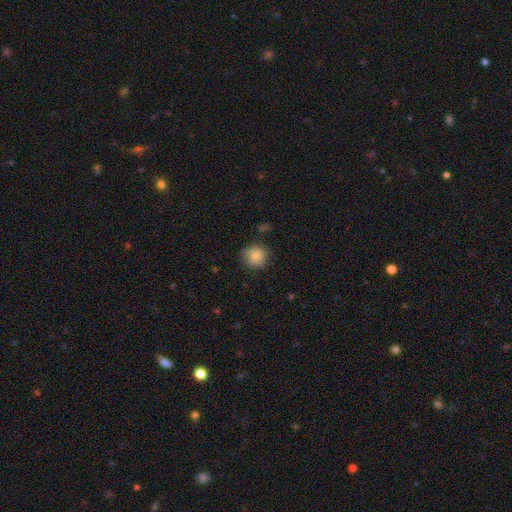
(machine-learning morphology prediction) A smooth galaxy with no disk features (85%) that is round (88%). Merging: none (81%).